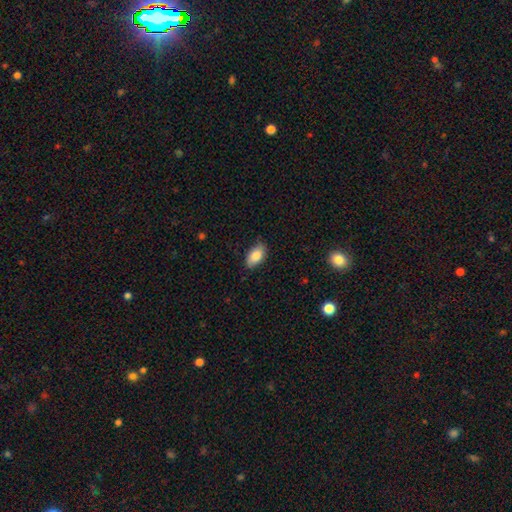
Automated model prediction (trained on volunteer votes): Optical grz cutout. It shows a smooth galaxy with no disk features (83%) that is in between round and cigar-shaped (92%). Merging: none (82%).